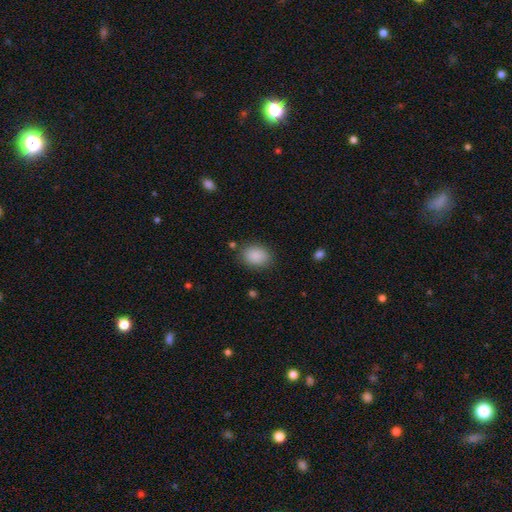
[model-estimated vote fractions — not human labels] This appears to be a smooth galaxy with no disk features (88%) that is in between round and cigar-shaped (66%). Merging: none (83%).